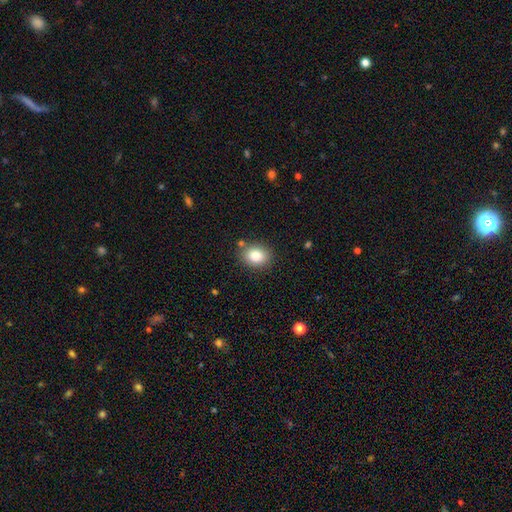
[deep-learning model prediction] A smooth galaxy with no disk features (82%) that is round (50%).

Vote fractions:
- Smooth or featured? smooth: 82% / star or artifact: 10% / featured or disk: 8%
- How rounded? round: 50% / in between: 49% / cigar-shaped: 1%
- Merging? none: 83% / minor disturbance: 10% / merger: 4% / major disturbance: 3%